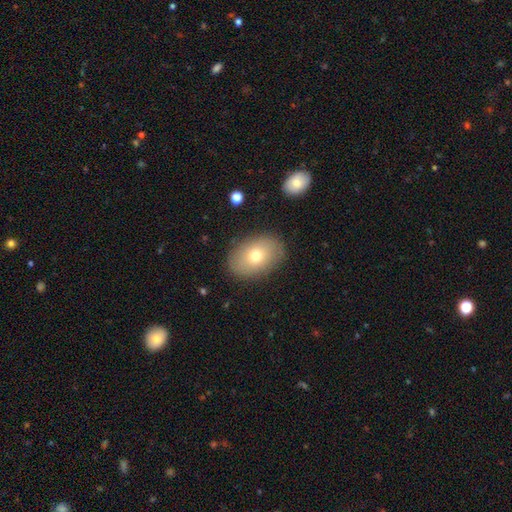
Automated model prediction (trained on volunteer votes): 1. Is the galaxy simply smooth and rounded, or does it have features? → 71% smooth, 20% featured or disk, 9% star or artifact.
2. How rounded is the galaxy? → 82% in between, 16% round, 1% cigar-shaped.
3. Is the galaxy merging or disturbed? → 86% none, 10% minor disturbance, 3% major disturbance, 1% merger.